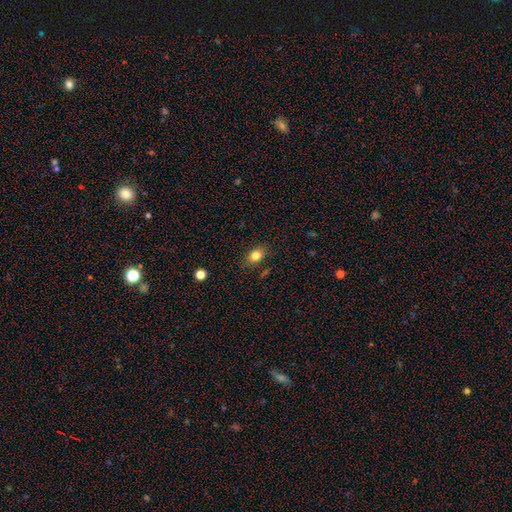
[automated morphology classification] Q: Smooth or featured?
A: smooth (81%); runner-up: star or artifact (10%)
Q: How rounded?
A: in between (73%); runner-up: round (25%)
Q: Merging?
A: none (82%); runner-up: minor disturbance (13%)